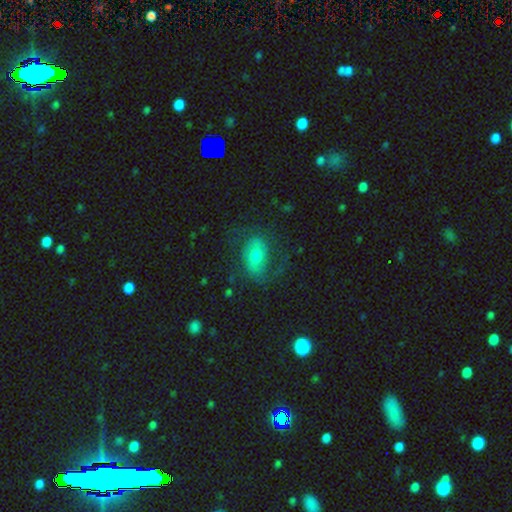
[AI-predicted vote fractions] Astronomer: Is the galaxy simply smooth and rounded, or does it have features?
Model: featured or disk — 53% (runner-up: smooth, 39%).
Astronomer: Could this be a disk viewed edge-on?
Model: no — 95%.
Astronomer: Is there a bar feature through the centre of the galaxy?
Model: no — 47% (runner-up: weak, 40%).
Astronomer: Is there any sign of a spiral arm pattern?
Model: yes — 75%.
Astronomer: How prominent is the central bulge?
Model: moderate — 68%.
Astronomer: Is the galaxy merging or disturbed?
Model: none — 59%.